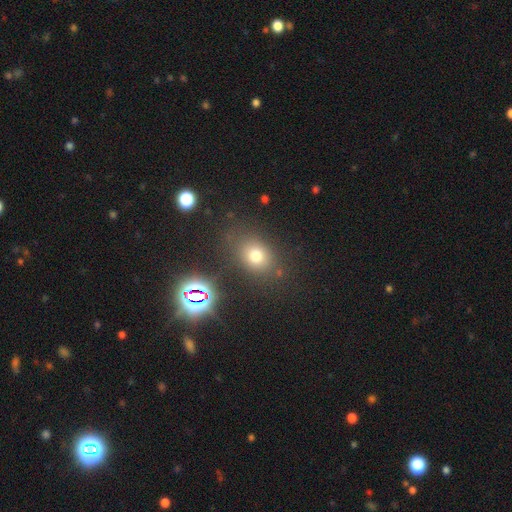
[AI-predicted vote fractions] smooth_or_featured: smooth (p=0.71) [alt: star or artifact p=0.18]
how_rounded: in between (p=0.54) [alt: round p=0.45]
merging: none (p=0.76) [alt: minor disturbance p=0.13]